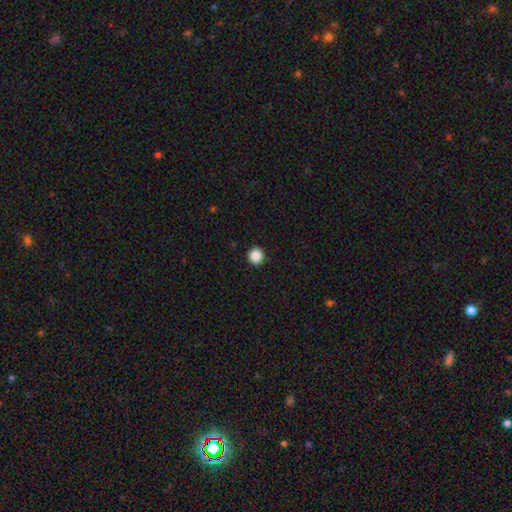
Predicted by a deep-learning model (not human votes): Smooth or featured? smooth (88%)
How rounded? round (95%)
Merging? none (93%)